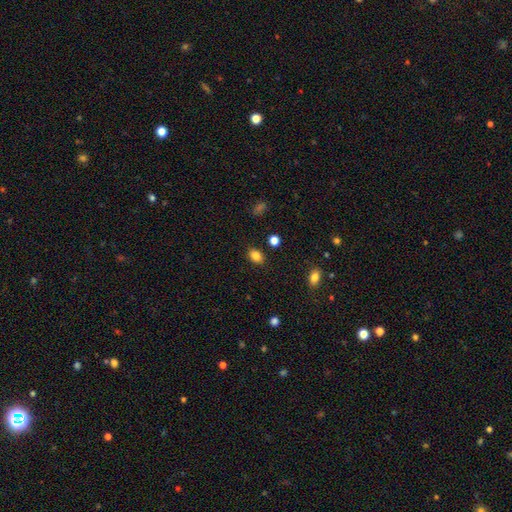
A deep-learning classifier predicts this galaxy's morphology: Smooth or featured: smooth — 83% (star or artifact — 11%)
How rounded: in between — 69% (round — 29%)
Merging: none — 85% (minor disturbance — 10%)